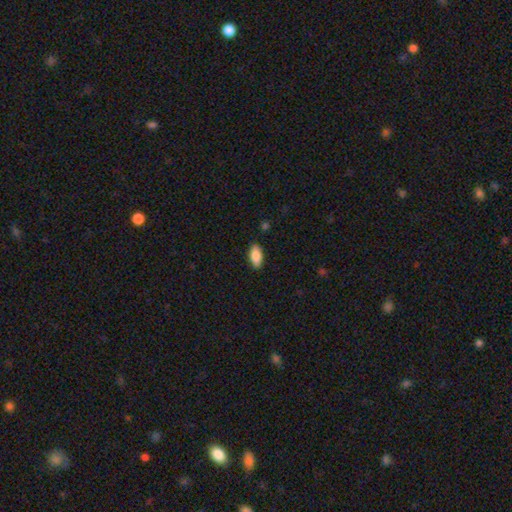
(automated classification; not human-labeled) Q: Smooth or featured?
A: smooth (86%); runner-up: featured or disk (7%)
Q: How rounded?
A: in between (89%); runner-up: cigar-shaped (8%)
Q: Merging?
A: none (87%); runner-up: minor disturbance (9%)